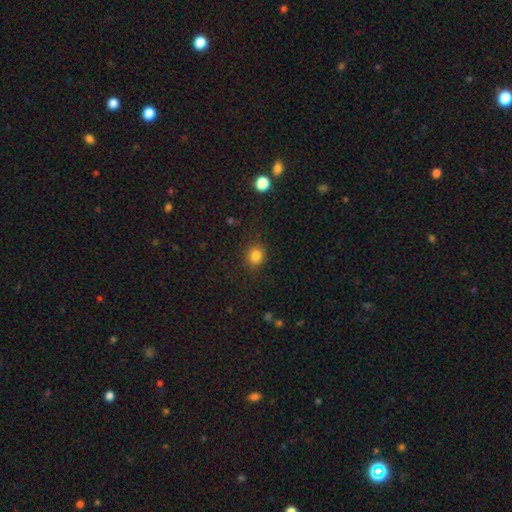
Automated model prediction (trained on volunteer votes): A smooth galaxy with no disk features (83%) that is round (82%). Merging: none (88%).